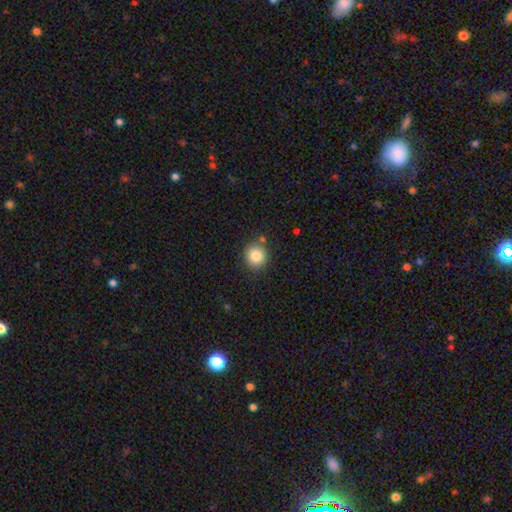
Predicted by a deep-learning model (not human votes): smooth-or-featured: smooth: 84% | star or artifact: 10% | featured or disk: 6%
  how-rounded: round: 87% | in between: 12% | cigar-shaped: 1%
  merging: none: 85% | minor disturbance: 9% | merger: 4% | major disturbance: 2%